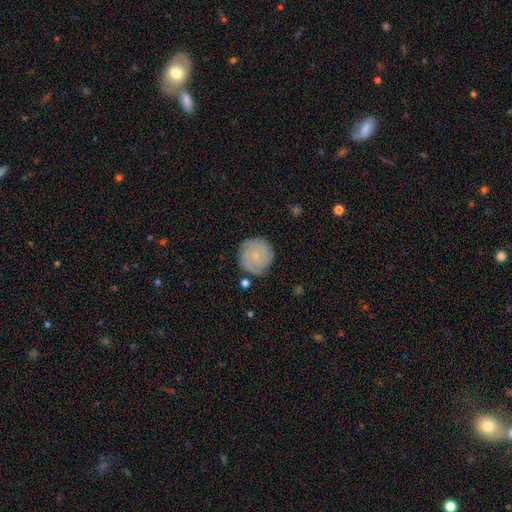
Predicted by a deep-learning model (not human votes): Smooth or featured? featured or disk (49%)
Merging? none (79%)